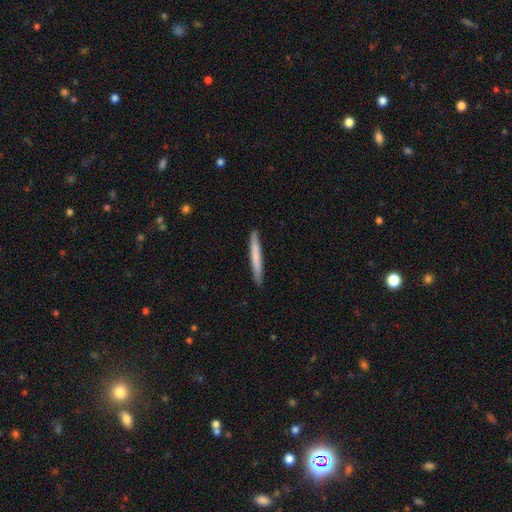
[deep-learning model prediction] Overall: smooth (70%). How rounded: cigar-shaped (97%). Merging: none (91%).